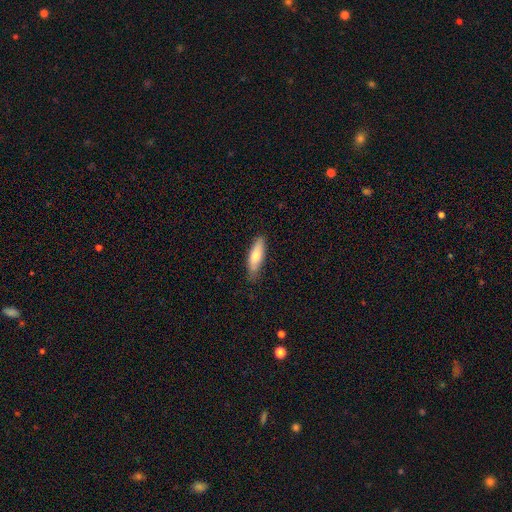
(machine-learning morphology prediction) smooth-or-featured: smooth: 72% | featured or disk: 22% | star or artifact: 6%
  how-rounded: cigar-shaped: 51% | in between: 47% | round: 2%
  merging: none: 84% | minor disturbance: 13% | major disturbance: 2% | merger: 1%